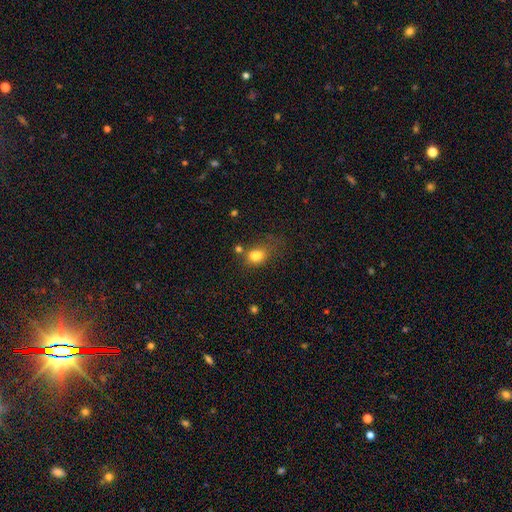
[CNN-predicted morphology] A smooth galaxy with no disk features (77%) that is in between round and cigar-shaped (65%).

Vote fractions:
- Smooth or featured? smooth: 77% / star or artifact: 12% / featured or disk: 11%
- How rounded? in between: 65% / round: 33% / cigar-shaped: 2%
- Merging? none: 36% / merger: 26% / minor disturbance: 23% / major disturbance: 16%